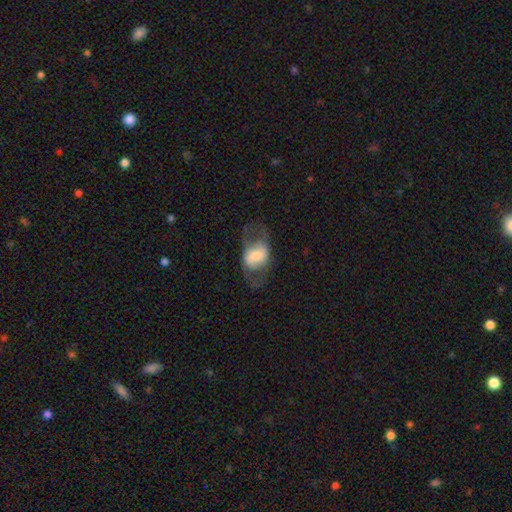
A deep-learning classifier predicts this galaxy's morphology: type=smooth (49%); merging=none (52%).